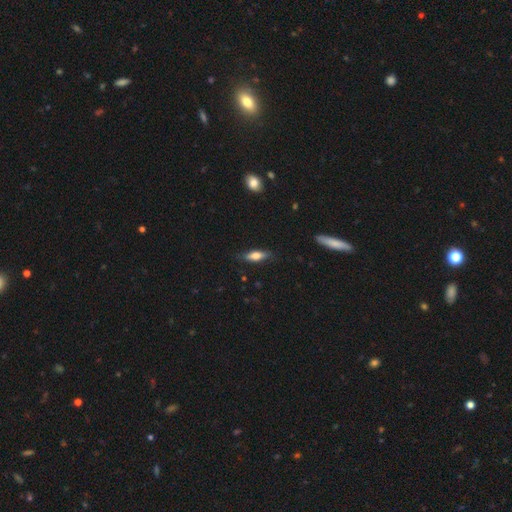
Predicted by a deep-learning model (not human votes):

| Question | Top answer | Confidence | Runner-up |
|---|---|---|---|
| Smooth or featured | smooth | 66% | featured or disk (27%) |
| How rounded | in between | 52% | cigar-shaped (45%) |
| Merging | none | 81% | minor disturbance (15%) |